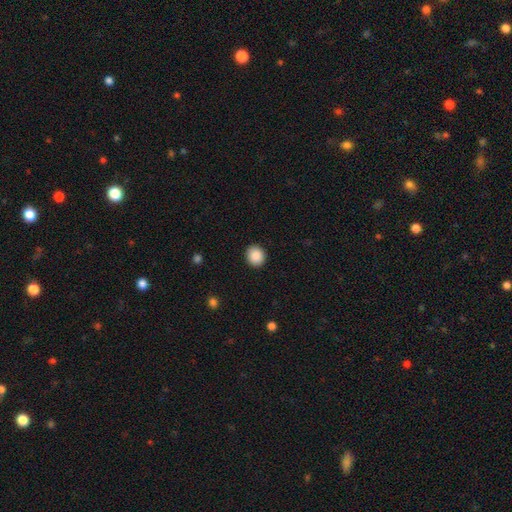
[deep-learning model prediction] Smooth or featured? smooth (89%)
How rounded? round (78%)
Merging? none (91%)